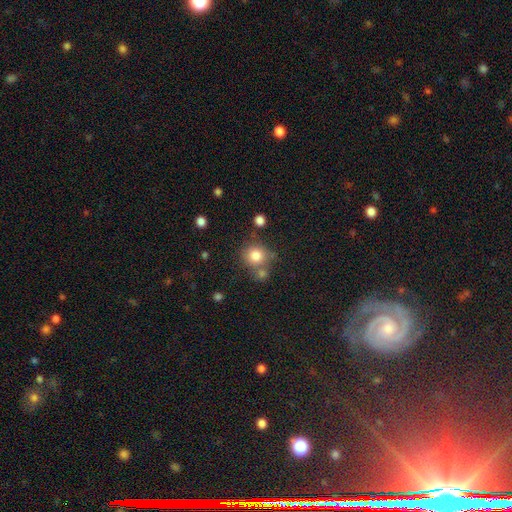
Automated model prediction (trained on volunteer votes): smooth 81%, star or artifact 11%, featured or disk 8%. Down the decision tree: how rounded — round (87%); merging — none (64%).